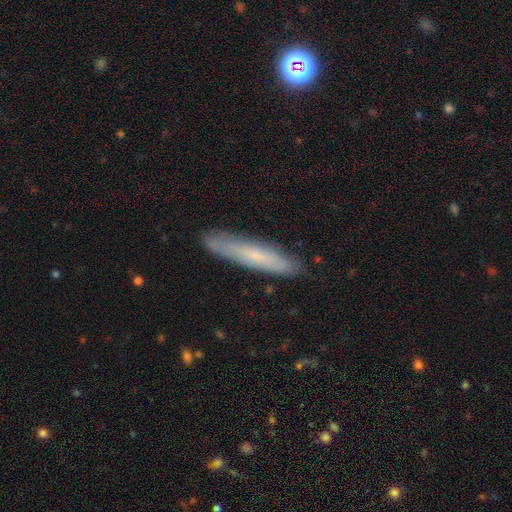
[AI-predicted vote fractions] A smooth galaxy with no disk features (59%) that is cigar-shaped (91%).

Vote fractions:
- Smooth or featured? smooth: 59% / featured or disk: 34% / star or artifact: 8%
- How rounded? cigar-shaped: 91% / in between: 8% / round: 1%
- Merging? none: 86% / minor disturbance: 11% / major disturbance: 2% / merger: 1%